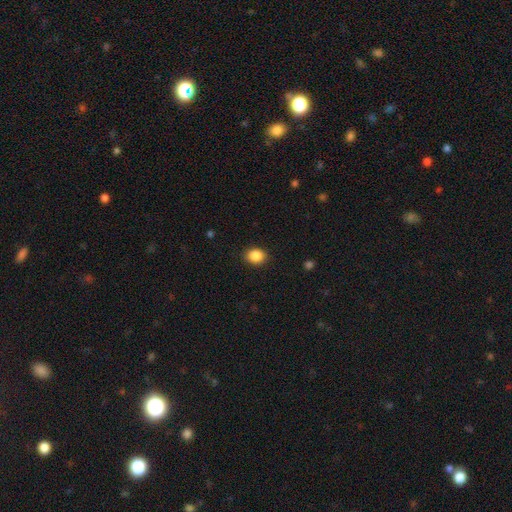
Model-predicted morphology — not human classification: Smooth or featured: smooth — 87% (star or artifact — 9%)
How rounded: round — 52% (in between — 48%)
Merging: none — 89% (minor disturbance — 8%)